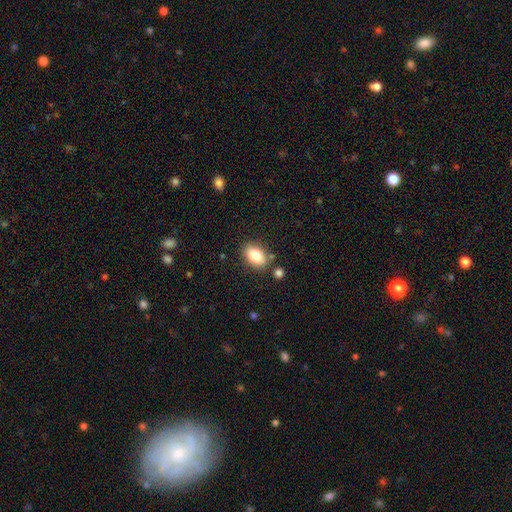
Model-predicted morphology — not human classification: smooth-or-featured: smooth: 84% | star or artifact: 8% | featured or disk: 8%
  how-rounded: in between: 87% | round: 11% | cigar-shaped: 2%
  merging: none: 79% | minor disturbance: 12% | merger: 6% | major disturbance: 3%